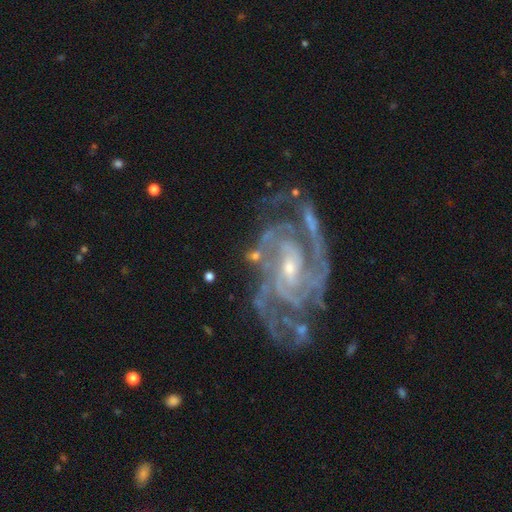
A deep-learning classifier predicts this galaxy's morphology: smooth_or_featured: featured or disk (p=0.88) [alt: star or artifact p=0.07]
disk_edge_on: no (p=0.97) [alt: yes p=0.03]
bar: no (p=0.42) [alt: weak p=0.37]
has_spiral_arms: yes (p=0.97) [alt: no p=0.03]
spiral_winding: tight (p=0.54) [alt: medium p=0.38]
spiral_arm_count: 2 (p=0.29) [alt: 3 p=0.24]
bulge_size: small (p=0.68) [alt: moderate p=0.27]
merging: none (p=0.55) [alt: minor disturbance p=0.19]